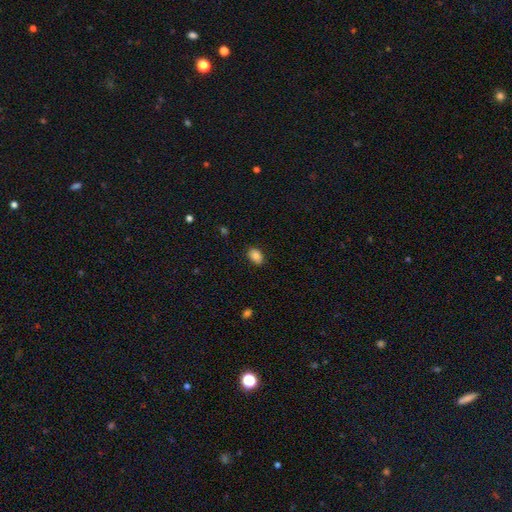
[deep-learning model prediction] This appears to be a smooth galaxy with no disk features (83%) that is in between round and cigar-shaped (81%). Merging: none (85%).